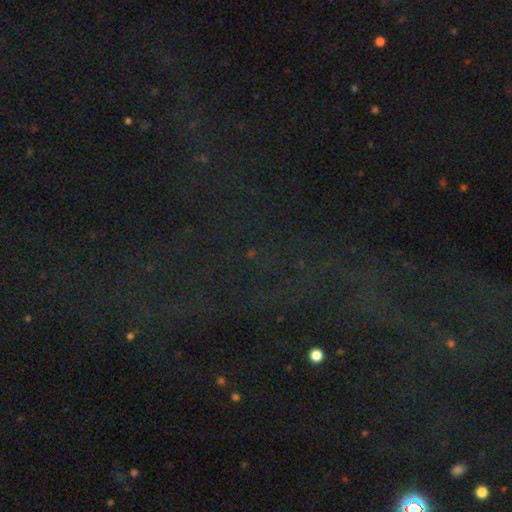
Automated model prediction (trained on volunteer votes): This appears to be a star or artifact, not a galaxy (77%).